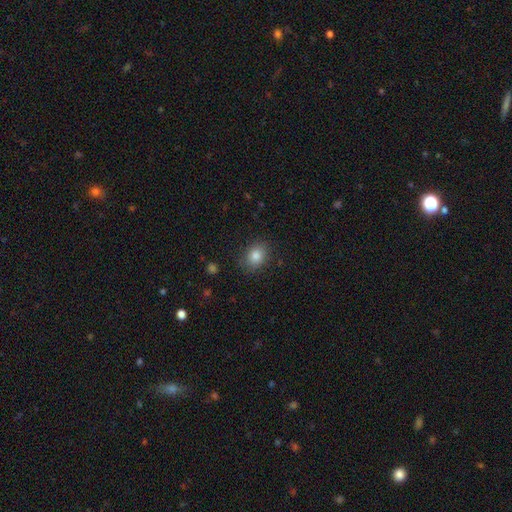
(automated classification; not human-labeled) Smooth or featured: smooth — 83% (star or artifact — 10%)
How rounded: in between — 54% (round — 45%)
Merging: none — 85% (minor disturbance — 11%)